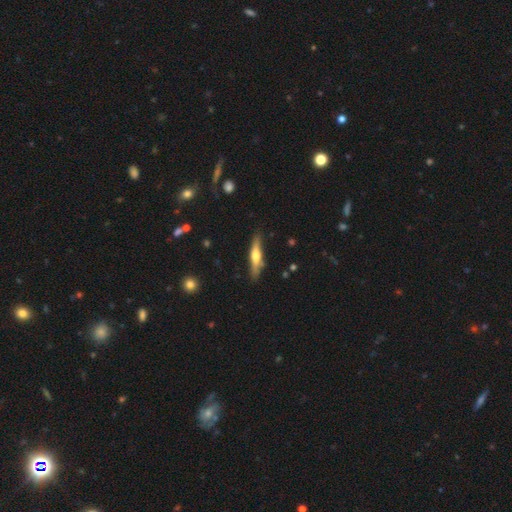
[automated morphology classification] The model was most divided on "smooth or featured": featured or disk: 54%, smooth: 41%, star or artifact: 6%. More confident: edge-on disk — yes (94%); edge-on bulge — rounded (86%); merging — none (83%).